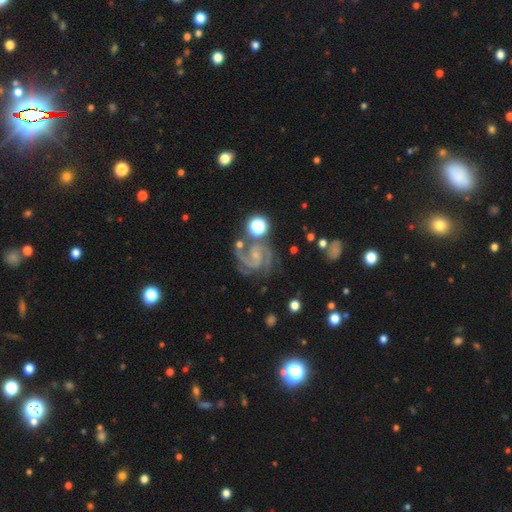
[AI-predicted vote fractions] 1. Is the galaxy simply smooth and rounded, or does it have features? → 90% featured or disk, 6% star or artifact, 4% smooth.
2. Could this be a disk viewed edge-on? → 98% no, 2% yes.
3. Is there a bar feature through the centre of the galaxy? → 53% no, 36% weak, 11% strong.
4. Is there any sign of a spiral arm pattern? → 98% yes, 2% no.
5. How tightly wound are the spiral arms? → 53% medium, 40% tight, 8% loose.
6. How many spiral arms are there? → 69% 2, 17% 3, 5% can't tell, 3% 4, 3% 1, 3% more than 4.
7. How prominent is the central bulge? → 71% small, 15% moderate, 12% none, 1% large, 1% dominant.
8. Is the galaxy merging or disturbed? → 63% none, 19% minor disturbance, 11% major disturbance, 7% merger.